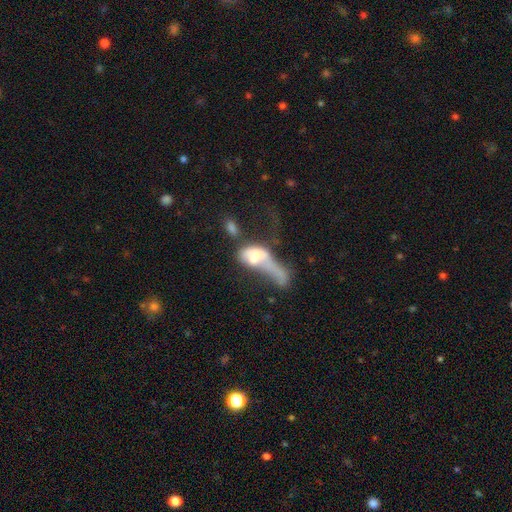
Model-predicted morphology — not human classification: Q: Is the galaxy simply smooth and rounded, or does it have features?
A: smooth — 49%.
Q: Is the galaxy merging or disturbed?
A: merger — 46%.